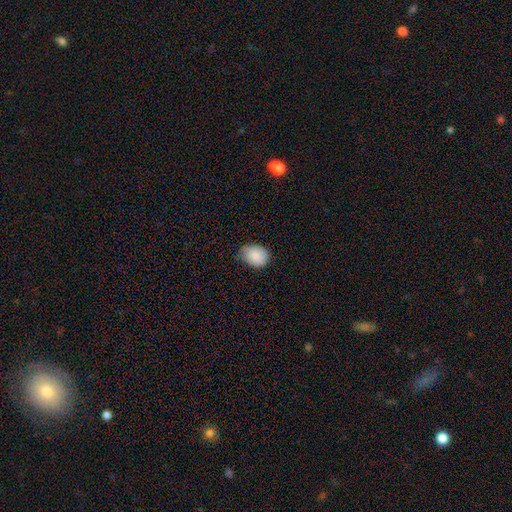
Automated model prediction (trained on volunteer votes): smooth_or_featured: smooth (p=0.88) [alt: star or artifact p=0.07]
how_rounded: in between (p=0.69) [alt: round p=0.30]
merging: none (p=0.73) [alt: minor disturbance p=0.23]